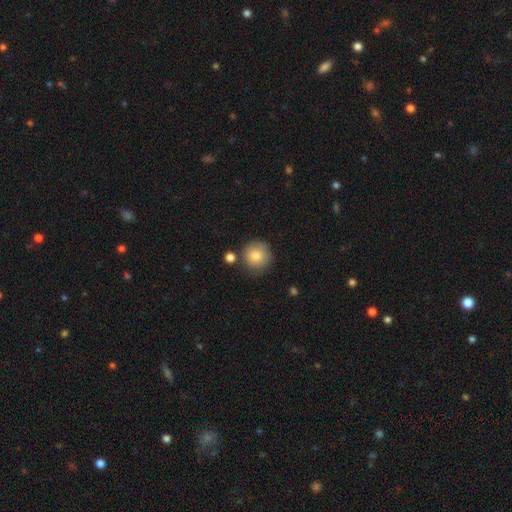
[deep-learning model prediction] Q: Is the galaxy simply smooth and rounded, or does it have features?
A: smooth — 82%.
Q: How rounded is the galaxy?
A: round — 94%.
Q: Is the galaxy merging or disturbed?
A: none — 79%.